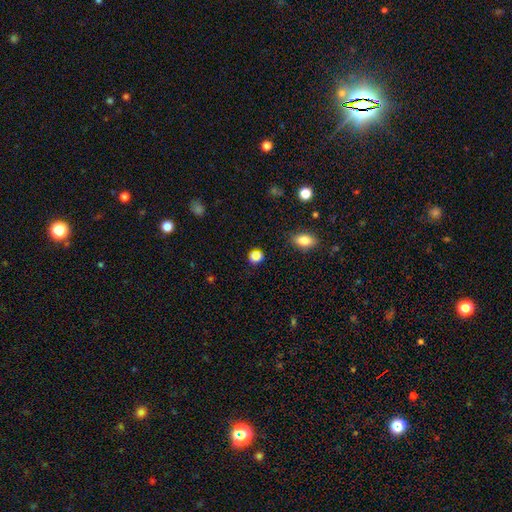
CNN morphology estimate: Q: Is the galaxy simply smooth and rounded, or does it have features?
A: smooth — 84%.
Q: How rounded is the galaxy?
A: round — 75%.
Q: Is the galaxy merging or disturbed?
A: none — 84%.